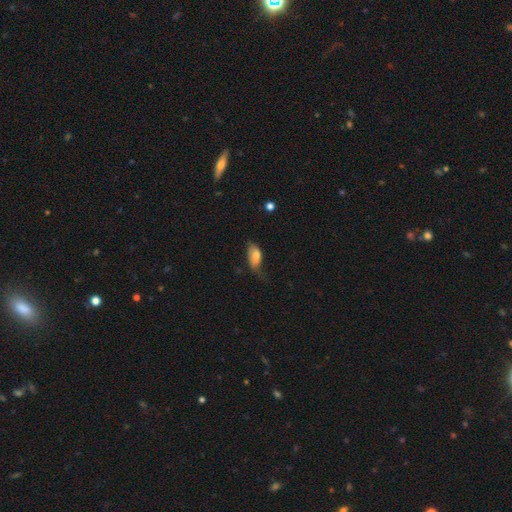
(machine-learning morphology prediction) smooth-or-featured: smooth: 65% | featured or disk: 28% | star or artifact: 7%
  how-rounded: in between: 88% | cigar-shaped: 8% | round: 4%
  merging: minor disturbance: 34% | none: 32% | major disturbance: 31% | merger: 3%